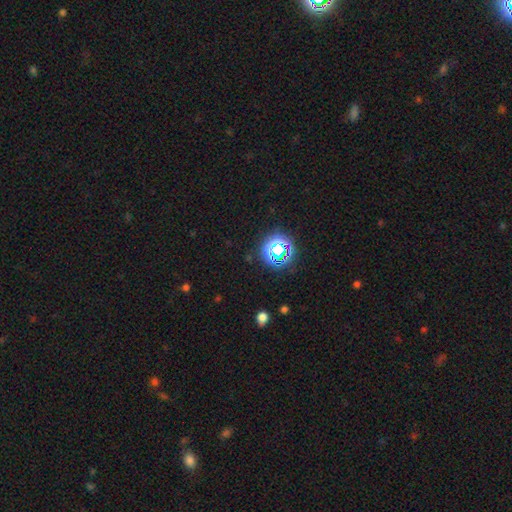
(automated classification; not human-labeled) A star or artifact, not a galaxy (74%).